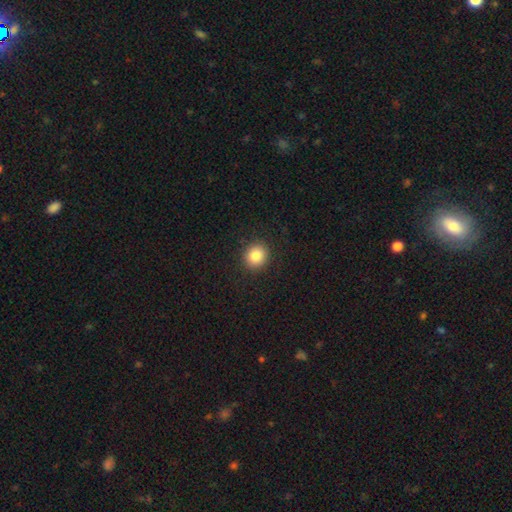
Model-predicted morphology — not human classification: Smooth or featured: smooth — 84% (star or artifact — 10%)
How rounded: round — 84% (in between — 16%)
Merging: none — 91% (minor disturbance — 6%)